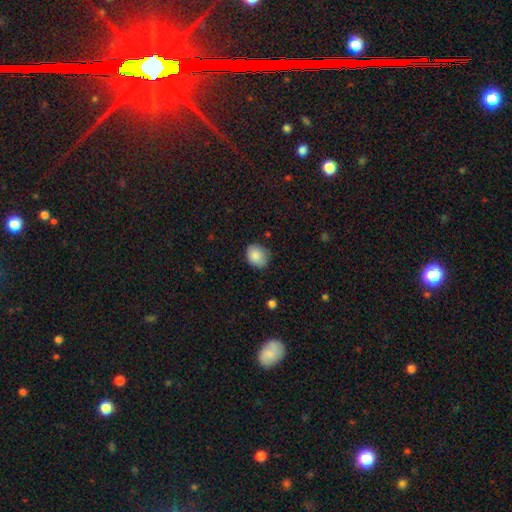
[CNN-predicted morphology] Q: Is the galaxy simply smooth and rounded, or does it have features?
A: smooth — 87%.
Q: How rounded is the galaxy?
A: round — 56%.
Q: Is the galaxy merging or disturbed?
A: none — 77%.